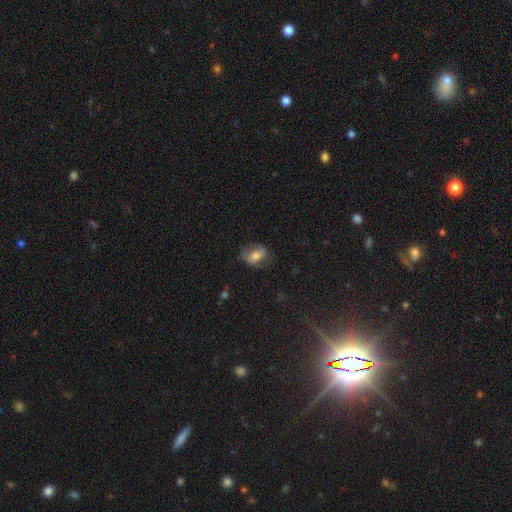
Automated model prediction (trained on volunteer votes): Overall: smooth (65%; featured or disk 26%). How rounded: in between (75%). Merging: none (65%).